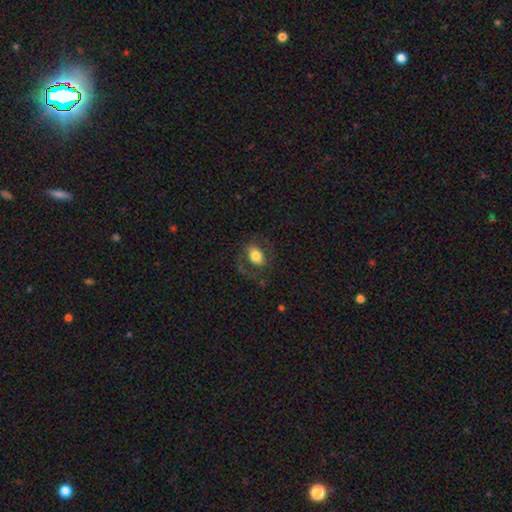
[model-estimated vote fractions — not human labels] A smooth galaxy with no disk features (63%) that is in between round and cigar-shaped (78%).

Vote fractions:
- Smooth or featured? smooth: 63% / featured or disk: 29% / star or artifact: 8%
- How rounded? in between: 78% / round: 21% / cigar-shaped: 2%
- Merging? none: 63% / minor disturbance: 18% / major disturbance: 17% / merger: 2%